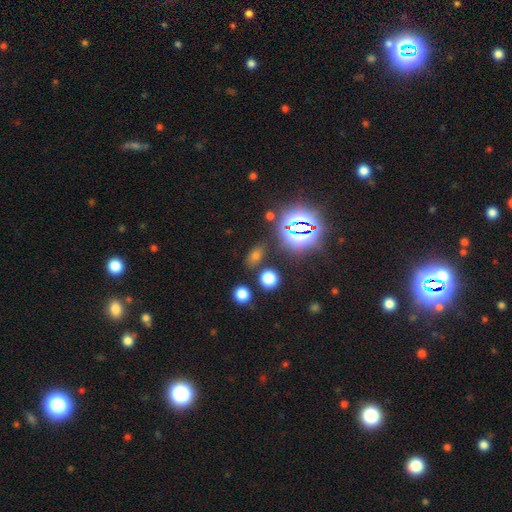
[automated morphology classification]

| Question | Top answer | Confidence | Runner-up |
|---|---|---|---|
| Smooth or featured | smooth | 48% | star or artifact (40%) |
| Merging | none | 81% | minor disturbance (10%) |